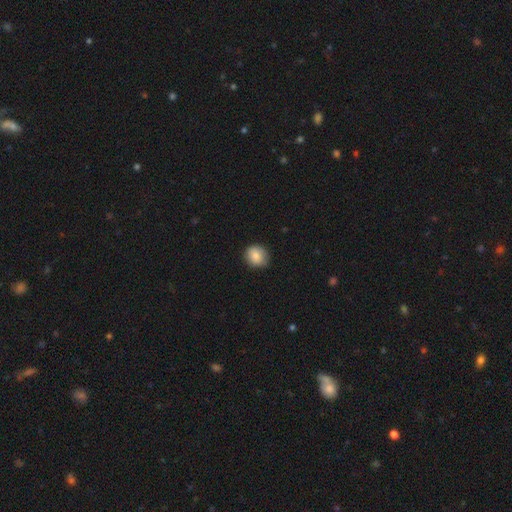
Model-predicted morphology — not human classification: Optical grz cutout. It shows a smooth galaxy with no disk features (83%) that is round (82%). Merging: none (82%).